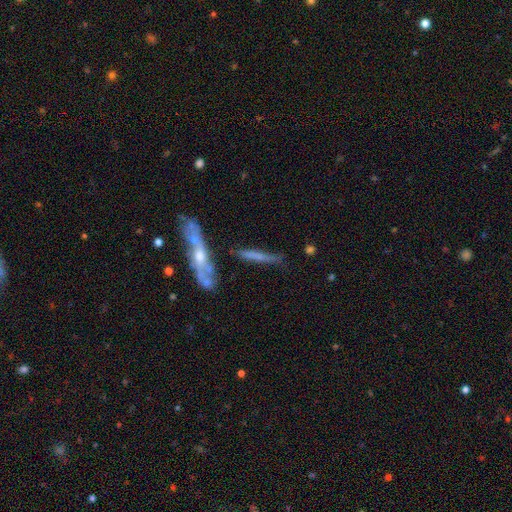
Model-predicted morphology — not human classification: A featured or disk galaxy (46%, tied with smooth). Merging: none (61%).